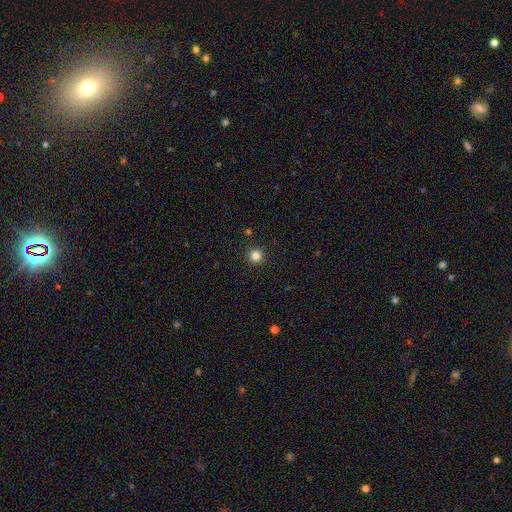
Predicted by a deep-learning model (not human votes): Q: Smooth or featured?
A: smooth (83%); runner-up: star or artifact (13%)
Q: How rounded?
A: round (96%); runner-up: in between (3%)
Q: Merging?
A: none (93%); runner-up: minor disturbance (4%)